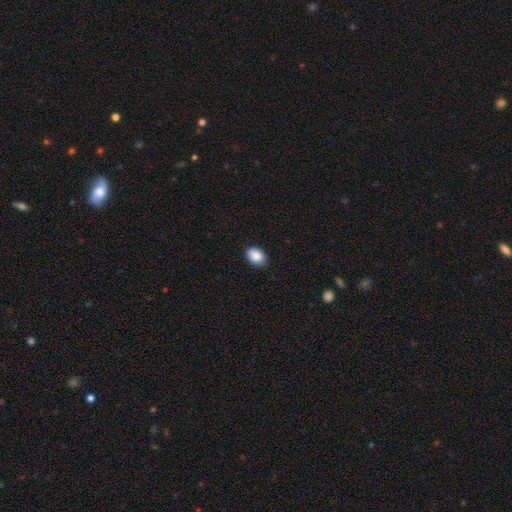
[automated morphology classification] smooth 88%, star or artifact 8%, featured or disk 4%. Down the decision tree: how rounded — in between (73%); merging — none (85%).